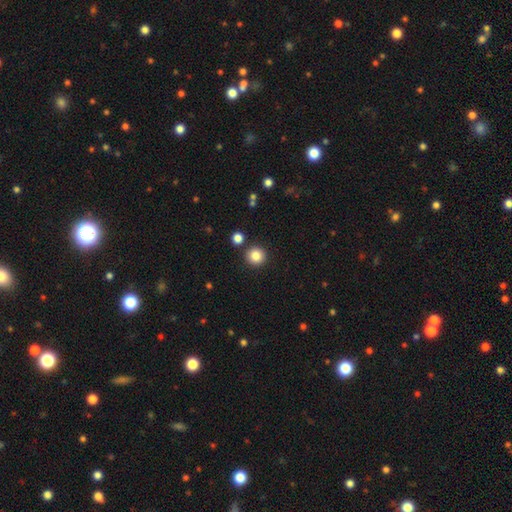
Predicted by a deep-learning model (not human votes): Smooth or featured? smooth (84%)
How rounded? round (94%)
Merging? none (88%)